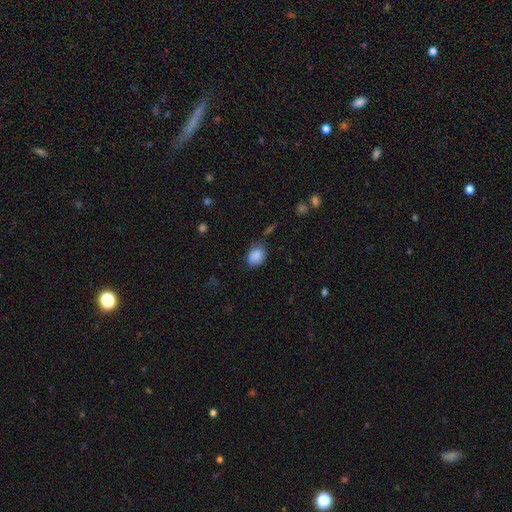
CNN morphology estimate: smooth-or-featured: smooth: 87% | star or artifact: 8% | featured or disk: 5%
  how-rounded: in between: 62% | round: 37% | cigar-shaped: 1%
  merging: none: 67% | minor disturbance: 25% | major disturbance: 6% | merger: 3%